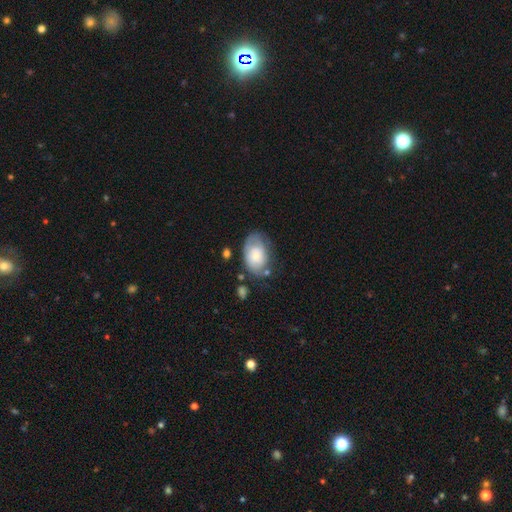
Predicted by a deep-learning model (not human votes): Overall: smooth (50%; featured or disk 43%). Merging: none (55%; minor disturbance 27%).